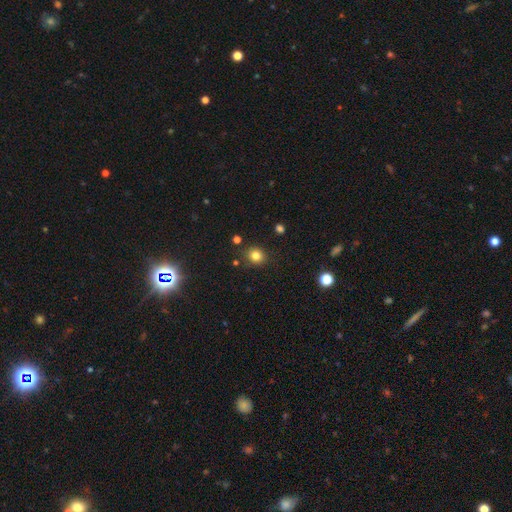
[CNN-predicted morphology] Smooth or featured: smooth — 81% (star or artifact — 14%)
How rounded: round — 82% (in between — 17%)
Merging: none — 86% (minor disturbance — 9%)